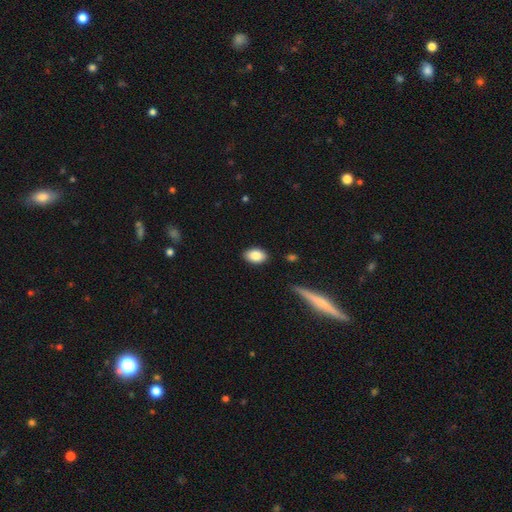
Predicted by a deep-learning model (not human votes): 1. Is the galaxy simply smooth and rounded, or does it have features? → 85% smooth, 7% featured or disk, 7% star or artifact.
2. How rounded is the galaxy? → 89% in between, 9% round, 2% cigar-shaped.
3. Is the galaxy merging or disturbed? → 87% none, 9% minor disturbance, 2% major disturbance, 1% merger.